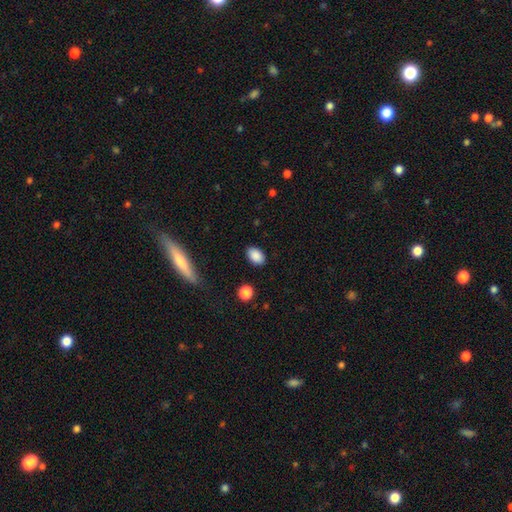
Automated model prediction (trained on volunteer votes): Smooth or featured: smooth — 88% (star or artifact — 8%)
How rounded: in between — 86% (round — 12%)
Merging: none — 87% (minor disturbance — 9%)